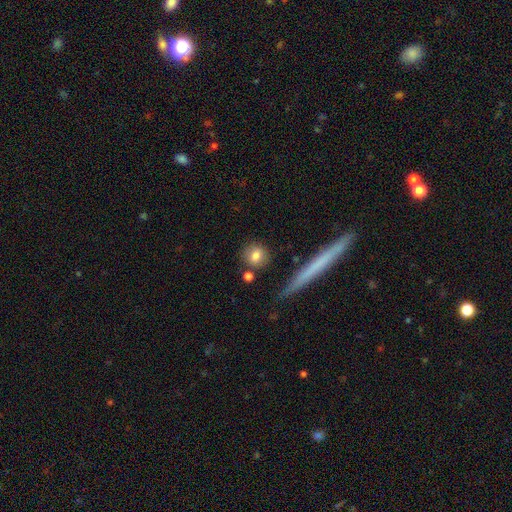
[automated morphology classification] A smooth galaxy with no disk features (79%) that is round (87%). Merging: none (82%).